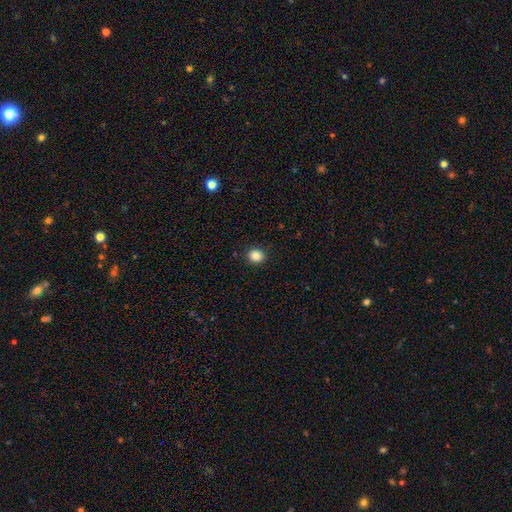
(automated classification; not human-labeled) Smooth or featured? smooth (86%)
How rounded? round (73%)
Merging? none (90%)